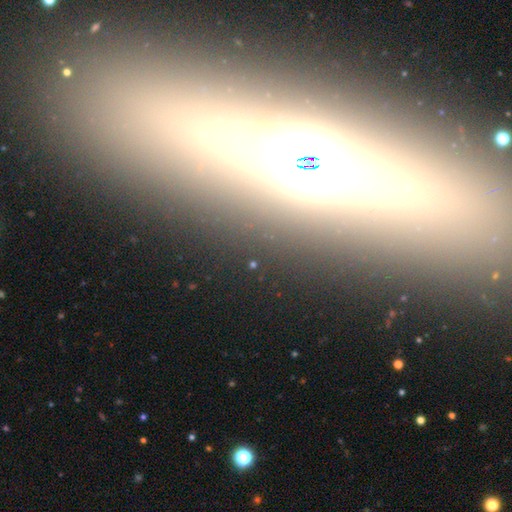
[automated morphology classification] Smooth or featured? Predicted: featured or disk (p=0.67). Edge-on disk? Predicted: yes (p=0.86). Edge-on bulge? Predicted: rounded (p=0.87). Merging? Predicted: none (p=0.87).